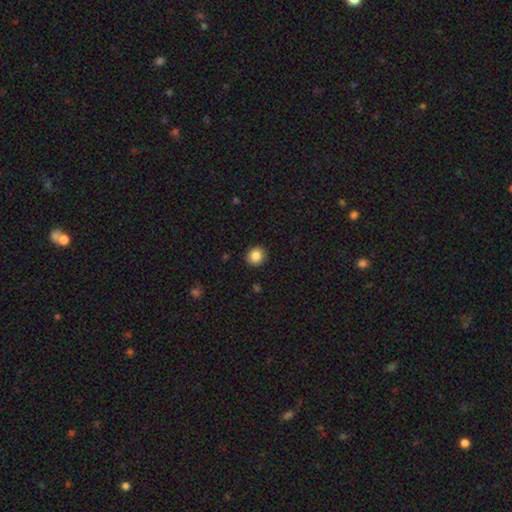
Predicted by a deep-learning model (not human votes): Smooth or featured? smooth (86%)
How rounded? round (86%)
Merging? none (91%)